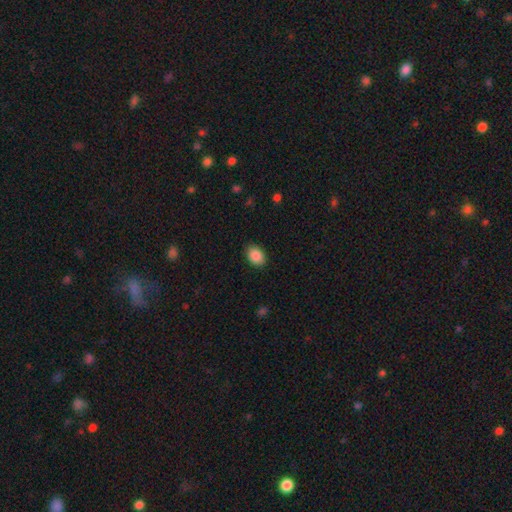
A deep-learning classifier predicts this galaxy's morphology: A smooth galaxy with no disk features (88%) that is in between round and cigar-shaped (74%). Merging: none (88%).